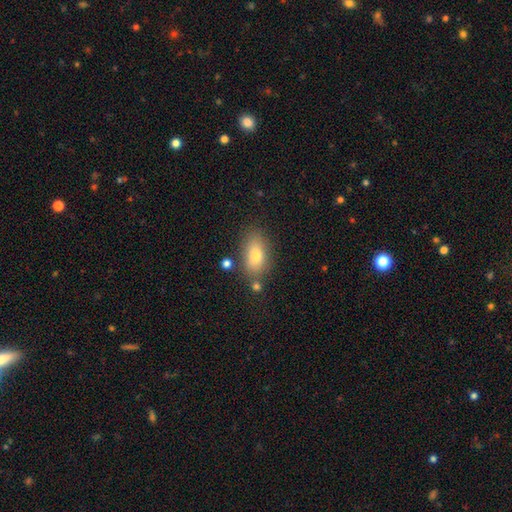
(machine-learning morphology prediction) smooth 76%, featured or disk 15%, star or artifact 10%. Down the decision tree: how rounded — in between (86%); merging — none (75%).